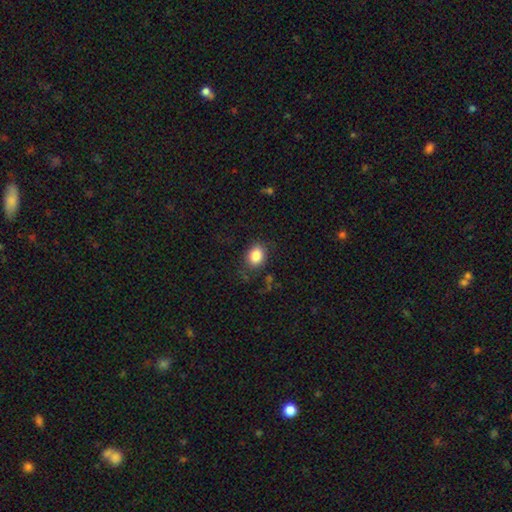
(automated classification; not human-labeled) This is clearly a smooth galaxy (85%). How rounded: possibly in between (60%). Merging: likely none (79%).